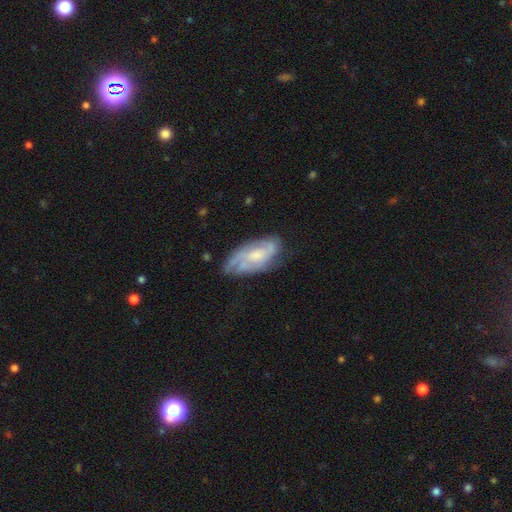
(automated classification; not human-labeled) Smooth or featured?
  - featured or disk: 71% *
  - smooth: 22%
  - star or artifact: 6%
Edge-on disk?
  - no: 92% *
  - yes: 8%
Bar?
  - no: 63% *
  - weak: 31%
  - strong: 6%
Spiral arms?
  - yes: 89% *
  - no: 11%
Spiral winding?
  - tight: 47% *
  - medium: 39%
  - loose: 14%
Spiral arm count?
  - can't tell: 35% *
  - 2: 27%
  - 3: 23%
  - 4: 7%
  - 1: 5%
  - more than 4: 3%
Bulge size?
  - moderate: 47% *
  - small: 32%
  - none: 12%
  - large: 8%
  - dominant: 1%
Merging?
  - none: 63% *
  - minor disturbance: 25%
  - major disturbance: 10%
  - merger: 2%